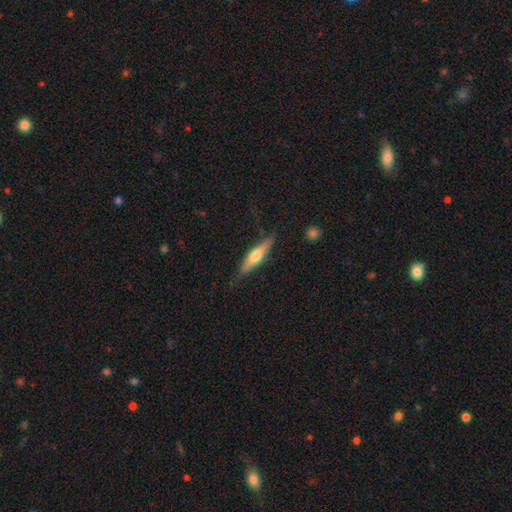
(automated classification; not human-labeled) This appears to be a featured or disk galaxy (49%). Merging: none (79%).